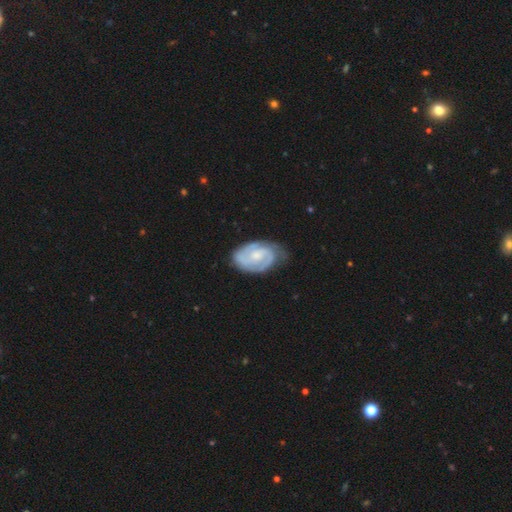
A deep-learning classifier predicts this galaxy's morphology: type=featured or disk (81%); edge-on=no (97%); bar=no (56%); spiral arms=yes (96%); winding=tight (57%); arm count=2 (73%); bulge=small (48%); merging=none (70%).